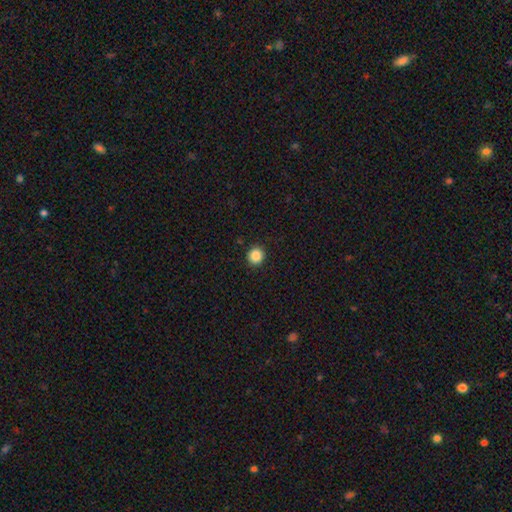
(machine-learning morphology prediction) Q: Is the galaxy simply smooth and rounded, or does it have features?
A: smooth — 87%.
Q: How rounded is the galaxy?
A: round — 90%.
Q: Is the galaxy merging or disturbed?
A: none — 92%.